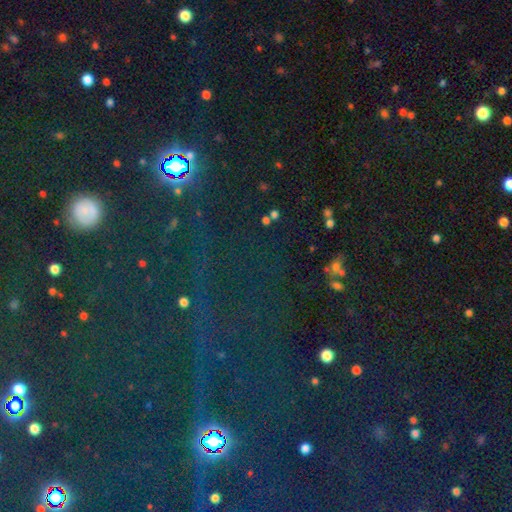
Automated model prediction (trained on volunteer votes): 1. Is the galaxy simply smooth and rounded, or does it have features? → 81% star or artifact, 12% smooth, 7% featured or disk.